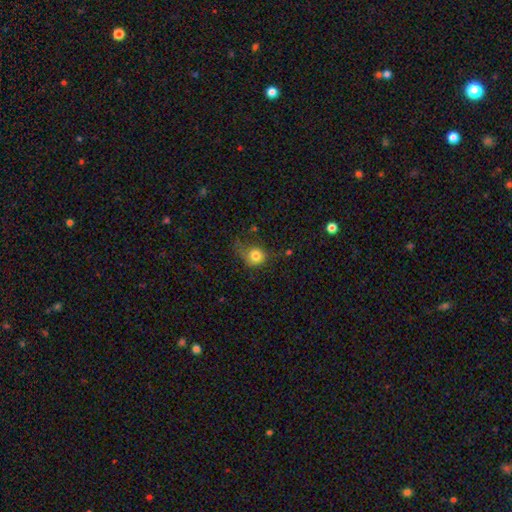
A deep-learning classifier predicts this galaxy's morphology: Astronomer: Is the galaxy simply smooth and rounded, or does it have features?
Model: smooth — 78%.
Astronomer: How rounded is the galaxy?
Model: round — 76%.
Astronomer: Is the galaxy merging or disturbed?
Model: none — 43% (runner-up: minor disturbance, 30%).